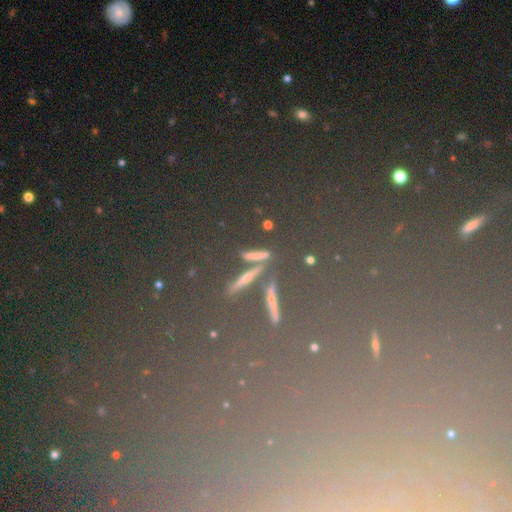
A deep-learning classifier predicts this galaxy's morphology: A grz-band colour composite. It shows a star or artifact, not a galaxy (43%).